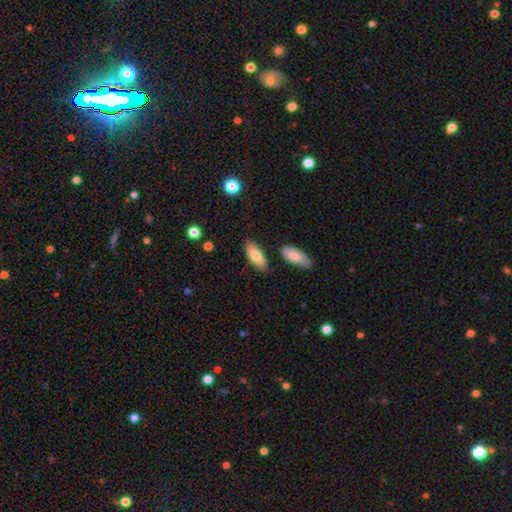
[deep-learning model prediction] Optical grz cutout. It shows a smooth galaxy with no disk features (78%) that is in between round and cigar-shaped (84%). Merging: none (81%).